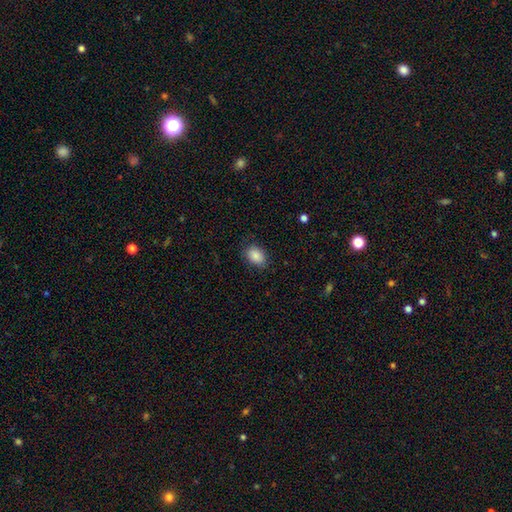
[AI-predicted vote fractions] A smooth galaxy with no disk features (87%) that is in between round and cigar-shaped (78%).

Vote fractions:
- Smooth or featured? smooth: 87% / star or artifact: 8% / featured or disk: 5%
- How rounded? in between: 78% / round: 21% / cigar-shaped: 1%
- Merging? none: 81% / minor disturbance: 14% / major disturbance: 3% / merger: 1%